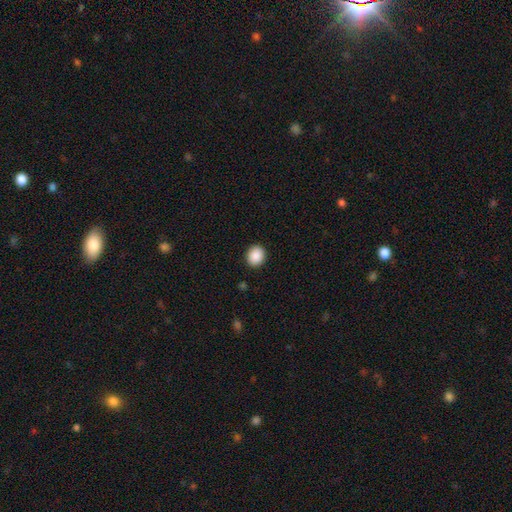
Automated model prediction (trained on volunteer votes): smooth_or_featured: smooth (p=0.89) [alt: star or artifact p=0.08]
how_rounded: round (p=0.67) [alt: in between p=0.32]
merging: none (p=0.91) [alt: minor disturbance p=0.06]